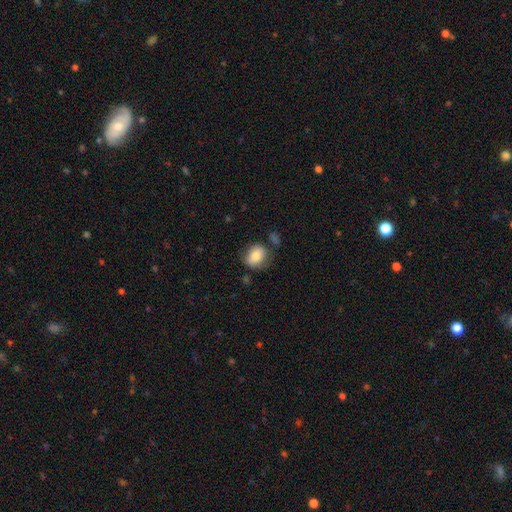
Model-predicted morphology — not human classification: Overall: smooth (78%). How rounded: in between (55%; round 44%). Merging: none (66%).